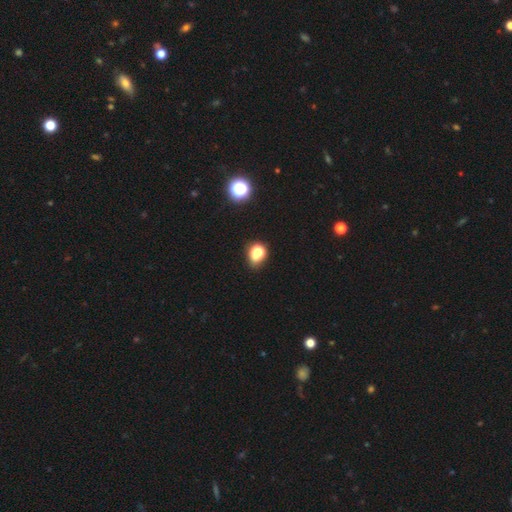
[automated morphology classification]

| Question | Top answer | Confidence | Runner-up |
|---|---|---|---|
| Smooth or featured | smooth | 71% | star or artifact (21%) |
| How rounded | round | 52% | in between (47%) |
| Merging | none | 64% | minor disturbance (19%) |